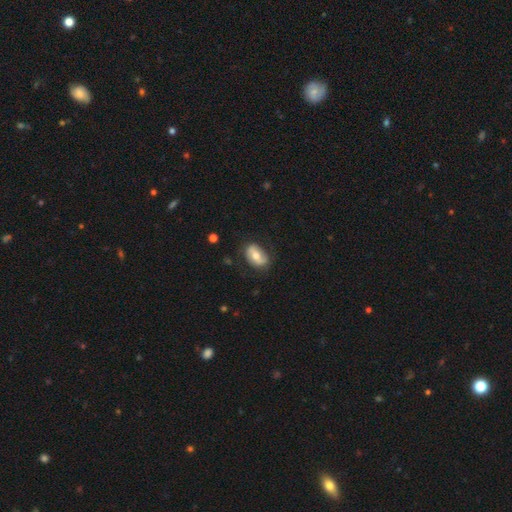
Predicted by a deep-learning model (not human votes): smooth-or-featured: smooth: 51% | featured or disk: 42% | star or artifact: 7%
  how-rounded: in between: 86% | round: 12% | cigar-shaped: 2%
  merging: none: 77% | minor disturbance: 17% | major disturbance: 5% | merger: 1%